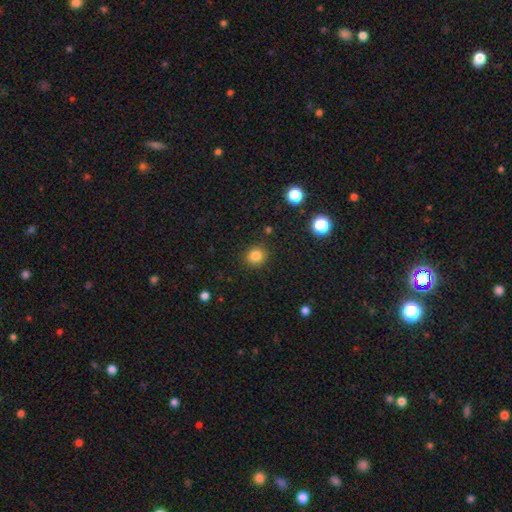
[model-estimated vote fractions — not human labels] Smooth or featured?
  - smooth: 82% *
  - star or artifact: 12%
  - featured or disk: 5%
How rounded?
  - round: 86% *
  - in between: 13%
  - cigar-shaped: 1%
Merging?
  - none: 89% *
  - minor disturbance: 7%
  - major disturbance: 2%
  - merger: 1%